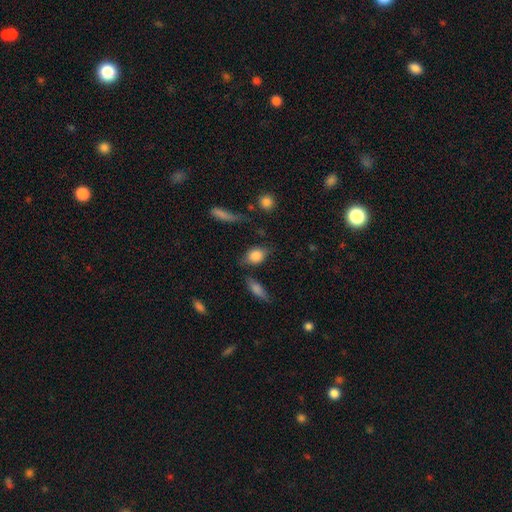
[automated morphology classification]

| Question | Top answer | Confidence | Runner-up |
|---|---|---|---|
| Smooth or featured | smooth | 83% | featured or disk (10%) |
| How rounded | in between | 72% | round (24%) |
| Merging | none | 68% | minor disturbance (19%) |